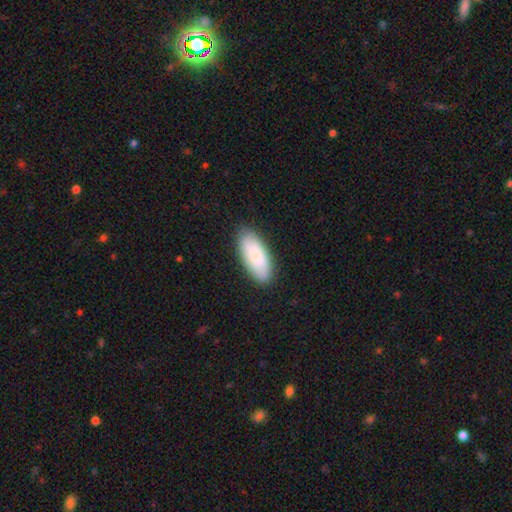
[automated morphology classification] This is clearly a smooth galaxy (86%). How rounded: clearly in between (83%). Merging: clearly none (86%).